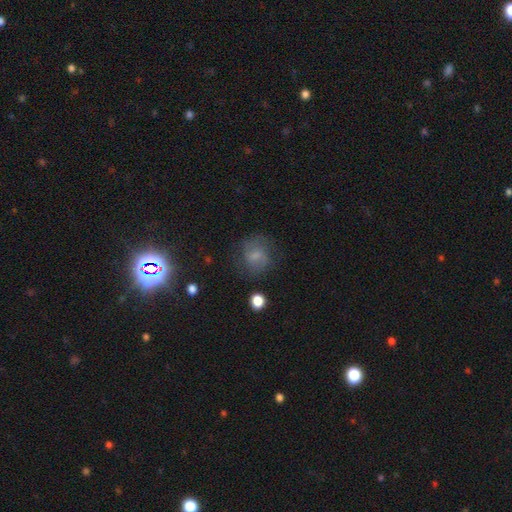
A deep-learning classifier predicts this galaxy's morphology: The model was most divided on "smooth or featured": smooth: 55%, featured or disk: 33%, star or artifact: 13%. More confident: how rounded — round (74%); merging — none (66%).